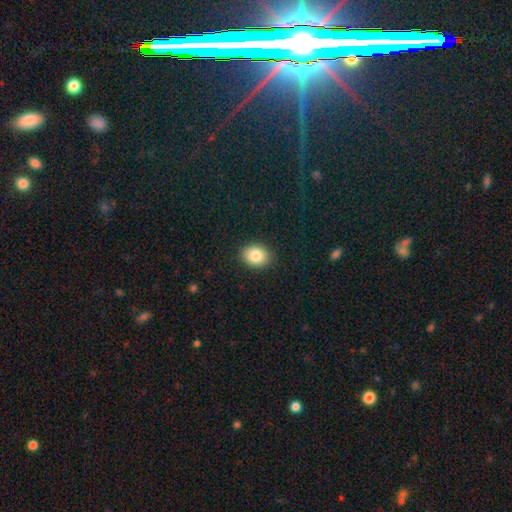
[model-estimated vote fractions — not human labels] smooth_or_featured: smooth (p=0.84) [alt: star or artifact p=0.09]
how_rounded: in between (p=0.56) [alt: round p=0.44]
merging: none (p=0.89) [alt: minor disturbance p=0.08]